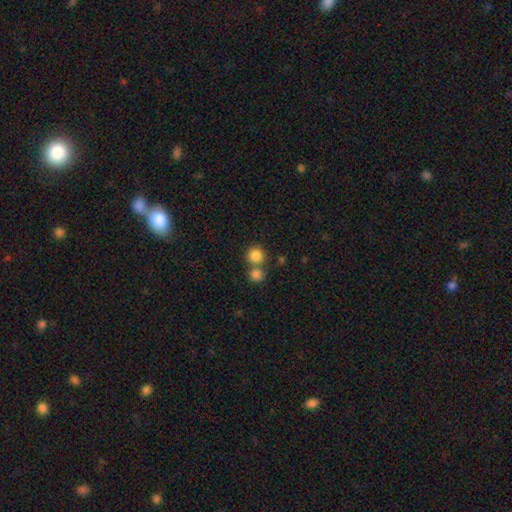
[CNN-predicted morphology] Smooth or featured: smooth — 84% (star or artifact — 10%)
How rounded: round — 92% (in between — 7%)
Merging: none — 57% (merger — 34%)